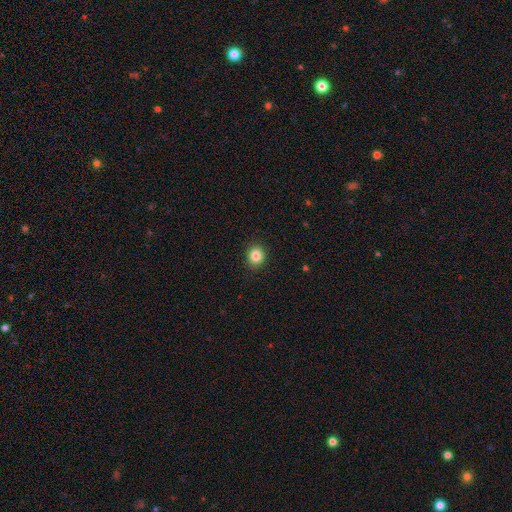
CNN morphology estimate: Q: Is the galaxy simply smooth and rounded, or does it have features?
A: smooth — 84%.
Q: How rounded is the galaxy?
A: round — 77%.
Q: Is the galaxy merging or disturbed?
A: none — 91%.